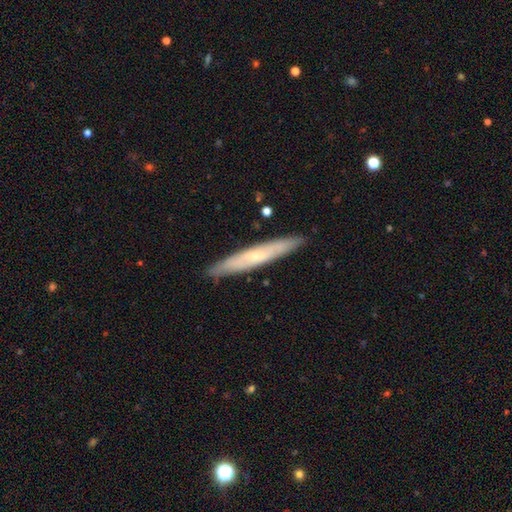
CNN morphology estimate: Smooth or featured?
  - featured or disk: 49% *
  - smooth: 46%
  - star or artifact: 6%
Merging?
  - none: 89% *
  - minor disturbance: 8%
  - major disturbance: 1%
  - merger: 1%